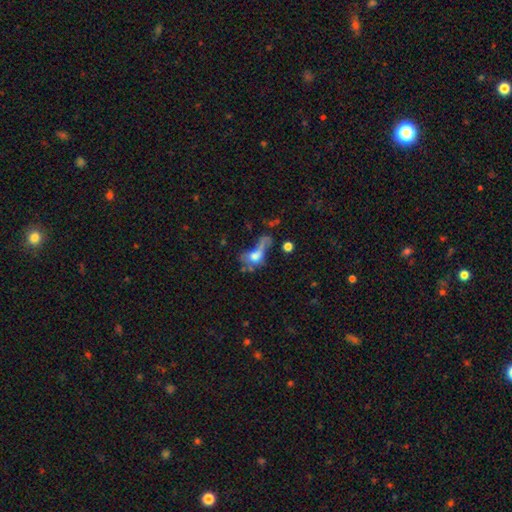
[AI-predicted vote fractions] A smooth galaxy with no disk features (52%) that is in between round and cigar-shaped (66%). Merging: major disturbance (44%).